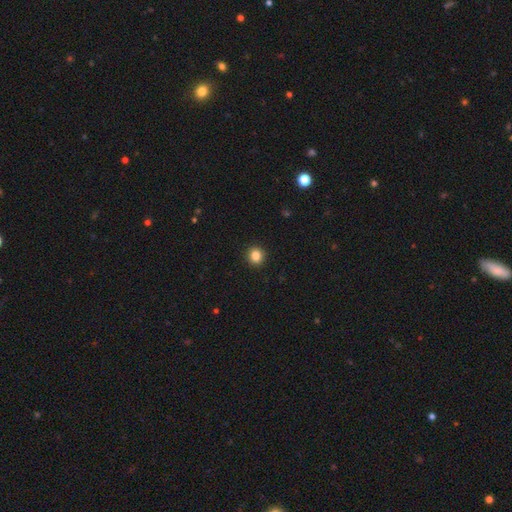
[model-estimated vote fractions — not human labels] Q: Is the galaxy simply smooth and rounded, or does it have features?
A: smooth — 84%.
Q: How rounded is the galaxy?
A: round — 92%.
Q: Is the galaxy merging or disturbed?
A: none — 93%.